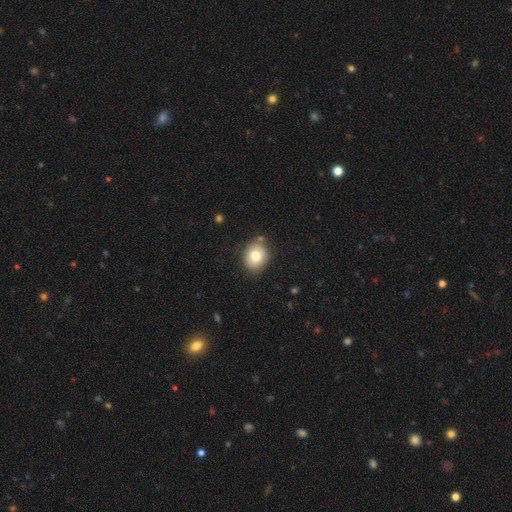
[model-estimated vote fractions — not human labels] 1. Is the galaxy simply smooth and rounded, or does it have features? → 79% smooth, 12% featured or disk, 9% star or artifact.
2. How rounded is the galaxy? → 52% round, 47% in between, 1% cigar-shaped.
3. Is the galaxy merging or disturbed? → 80% none, 14% minor disturbance, 3% merger, 3% major disturbance.